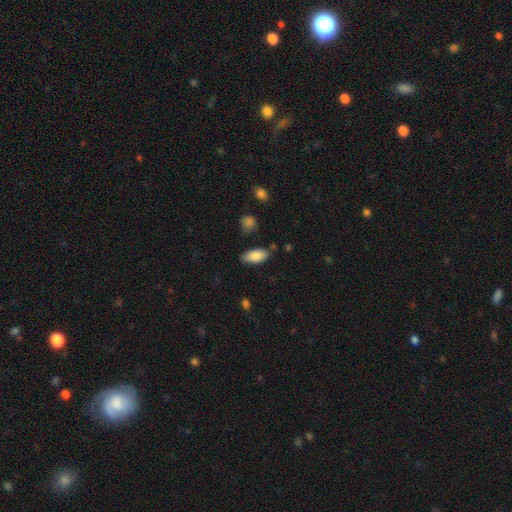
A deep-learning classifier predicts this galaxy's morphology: smooth_or_featured: smooth (p=0.85) [alt: featured or disk p=0.09]
how_rounded: in between (p=0.89) [alt: cigar-shaped p=0.09]
merging: none (p=0.79) [alt: minor disturbance p=0.15]